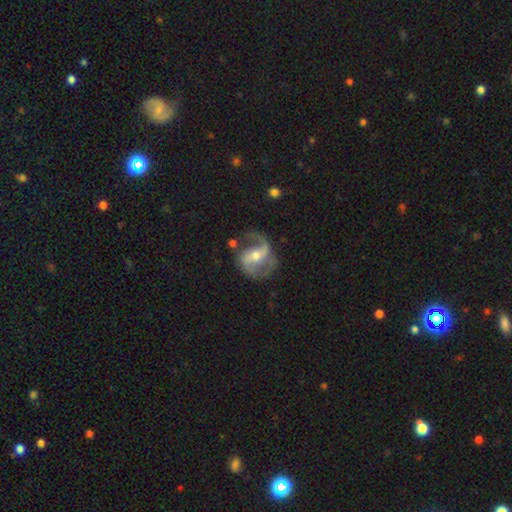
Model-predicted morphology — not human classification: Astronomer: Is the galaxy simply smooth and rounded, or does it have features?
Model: featured or disk — 85%.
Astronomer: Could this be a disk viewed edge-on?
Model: no — 97%.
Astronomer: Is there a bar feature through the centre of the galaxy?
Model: weak — 39% (runner-up: strong, 36%).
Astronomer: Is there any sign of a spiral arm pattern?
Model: yes — 93%.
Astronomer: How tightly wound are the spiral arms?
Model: medium — 46% (runner-up: loose, 41%).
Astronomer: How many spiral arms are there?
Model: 2 — 78%.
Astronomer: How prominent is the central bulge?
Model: moderate — 54% (runner-up: small, 41%).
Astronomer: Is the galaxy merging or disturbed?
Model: none — 58%.